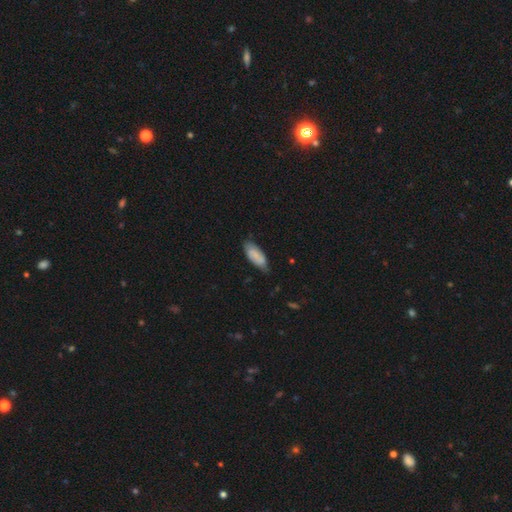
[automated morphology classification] Smooth or featured? Predicted: smooth (p=0.77). How rounded? Predicted: in between (p=0.82). Merging? Predicted: none (p=0.64).